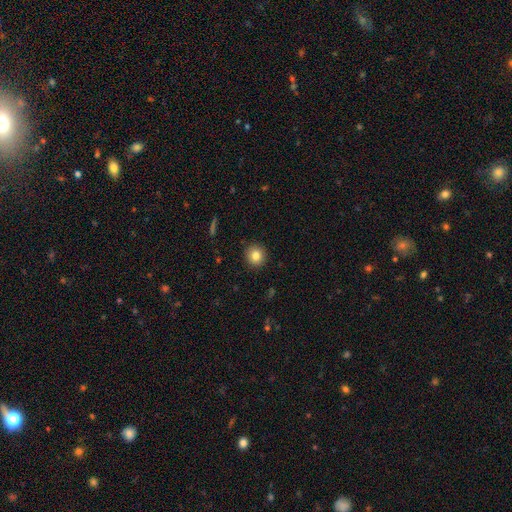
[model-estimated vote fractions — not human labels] smooth 82%, star or artifact 10%, featured or disk 8%. Down the decision tree: how rounded — round (92%); merging — none (92%).